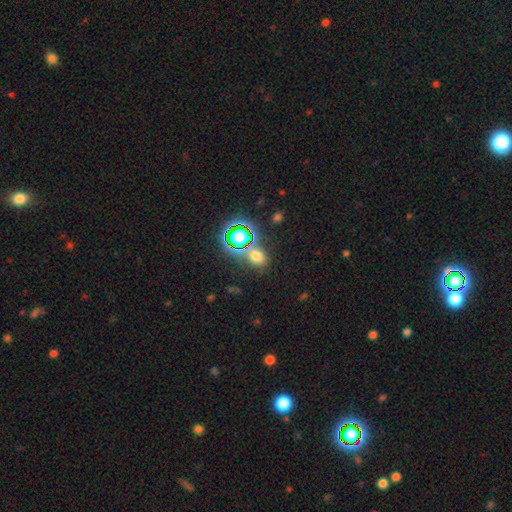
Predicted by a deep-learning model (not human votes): smooth 59%, star or artifact 34%, featured or disk 8%. Down the decision tree: how rounded — round (51%); merging — none (70%).